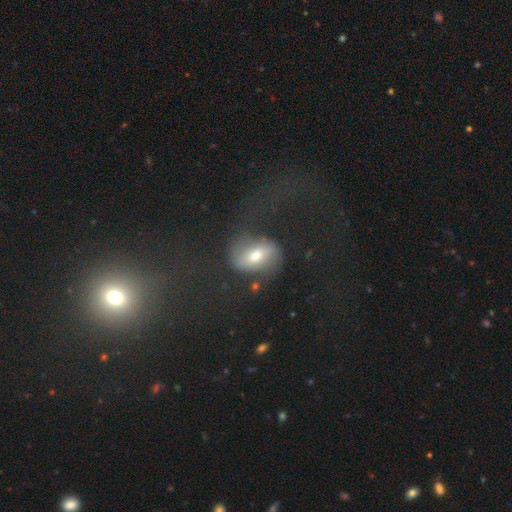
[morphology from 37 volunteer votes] smooth 49%, featured or disk 46%, star or artifact 5%. Down the decision tree: how rounded — in between (61%); merging — none (37%).